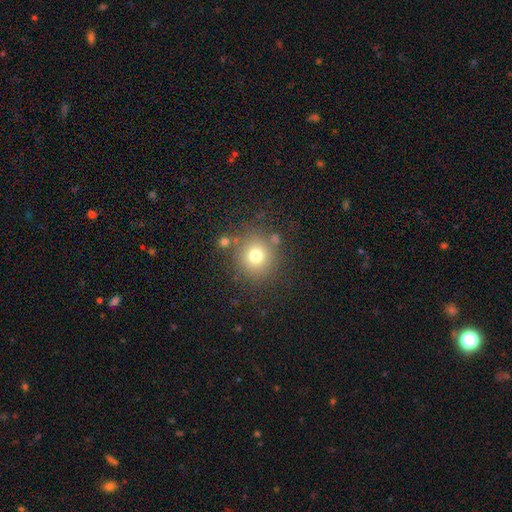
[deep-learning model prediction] The model was most divided on "smooth or featured": smooth: 74%, star or artifact: 14%, featured or disk: 11%. More confident: how rounded — round (89%); merging — none (79%).